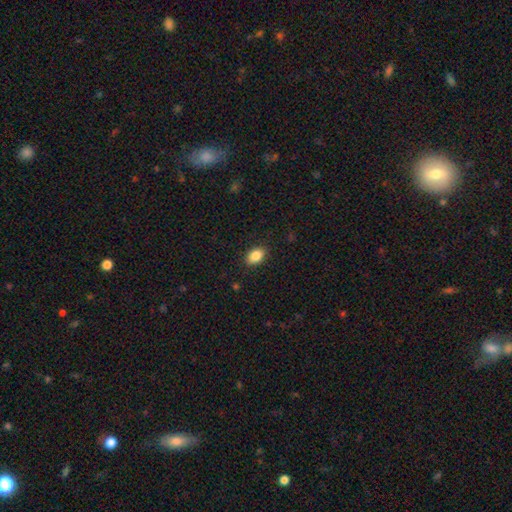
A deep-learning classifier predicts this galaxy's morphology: A smooth galaxy with no disk features (87%) that is in between round and cigar-shaped (86%). Merging: none (88%).